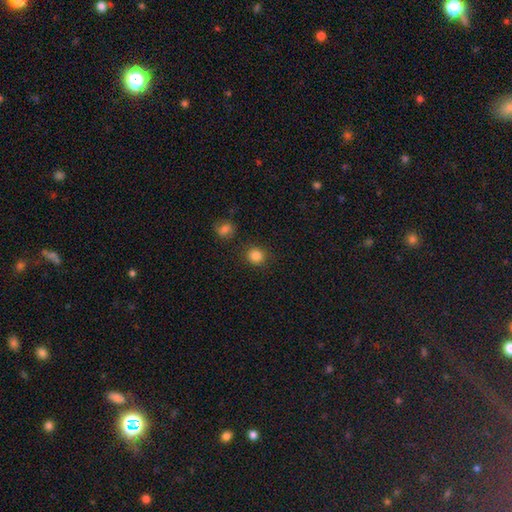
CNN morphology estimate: Q: Smooth or featured?
A: smooth (85%); runner-up: star or artifact (12%)
Q: How rounded?
A: round (87%); runner-up: in between (12%)
Q: Merging?
A: none (86%); runner-up: minor disturbance (8%)